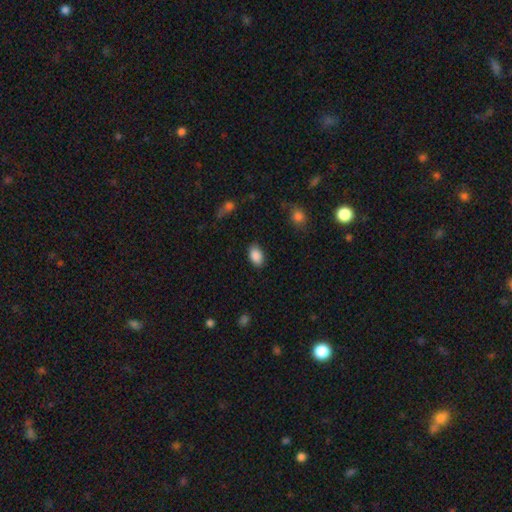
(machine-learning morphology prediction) A smooth galaxy with no disk features (89%) that is in between round and cigar-shaped (90%).

Vote fractions:
- Smooth or featured? smooth: 89% / star or artifact: 7% / featured or disk: 4%
- How rounded? in between: 90% / round: 9% / cigar-shaped: 1%
- Merging? none: 86% / minor disturbance: 10% / major disturbance: 3% / merger: 1%